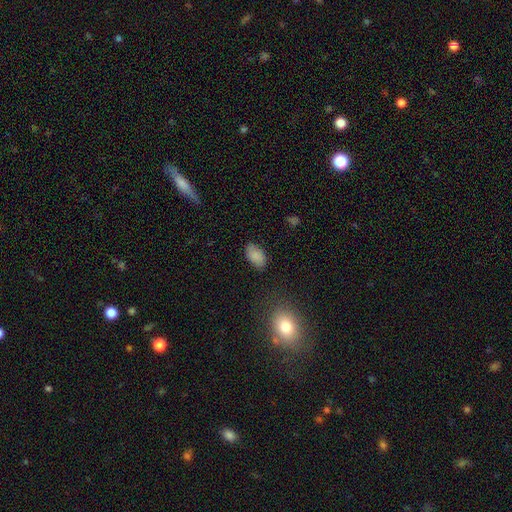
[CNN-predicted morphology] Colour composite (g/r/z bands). It shows a smooth galaxy with no disk features (86%) that is in between round and cigar-shaped (92%). Merging: none (80%).